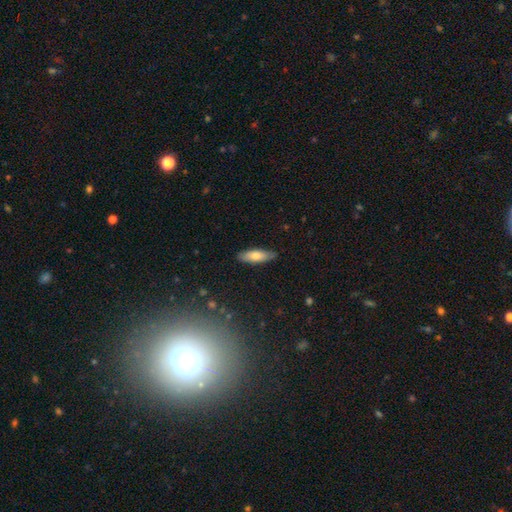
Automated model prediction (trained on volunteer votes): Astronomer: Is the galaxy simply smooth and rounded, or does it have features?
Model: smooth — 73%.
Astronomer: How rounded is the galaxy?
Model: in between — 50% (runner-up: cigar-shaped, 49%).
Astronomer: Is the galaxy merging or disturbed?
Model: none — 87%.